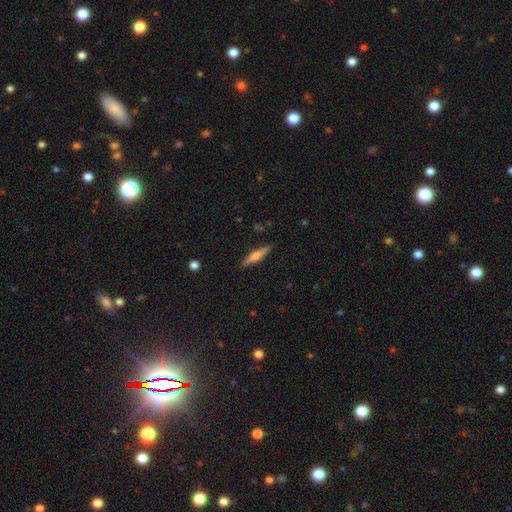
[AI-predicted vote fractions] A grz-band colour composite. It shows a smooth galaxy with no disk features (53%) that is cigar-shaped (85%). Merging: none (89%).